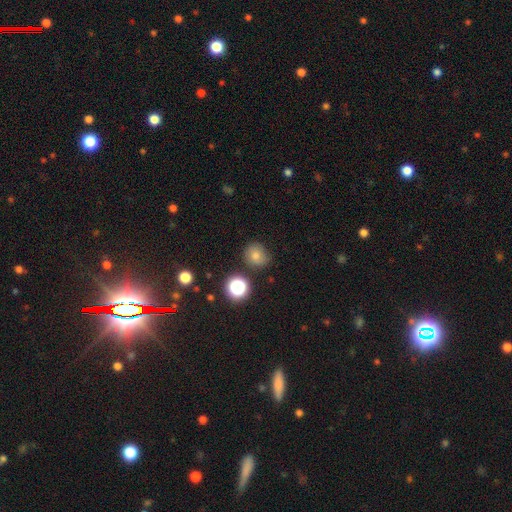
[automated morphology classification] Overall: smooth (64%; star or artifact 24%). How rounded: round (82%). Merging: none (82%).